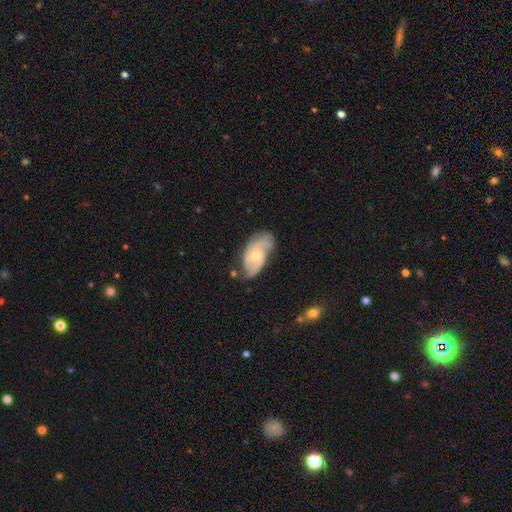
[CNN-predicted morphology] This is likely a featured or disk galaxy (75%). It is clearly not viewed edge-on (95%). Bar: likely no (69%). Spiral arm pattern: clearly yes (92%). Spiral arm count: possibly 2 (52%). Spiral winding: marginally medium (43%). Central bulge: possibly small (53%). Merging: possibly none (60%).